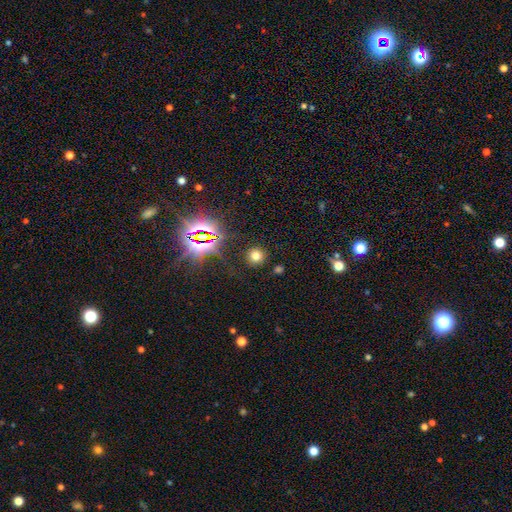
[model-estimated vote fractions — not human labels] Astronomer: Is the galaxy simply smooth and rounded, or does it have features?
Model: smooth — 68%.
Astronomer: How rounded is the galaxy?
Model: round — 92%.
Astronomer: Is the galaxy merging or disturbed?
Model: none — 88%.